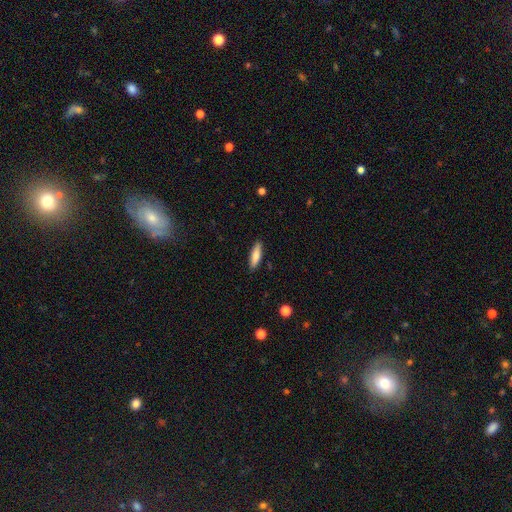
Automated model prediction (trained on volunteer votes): Smooth or featured: smooth — 81% (featured or disk — 13%)
How rounded: cigar-shaped — 59% (in between — 39%)
Merging: none — 88% (minor disturbance — 9%)